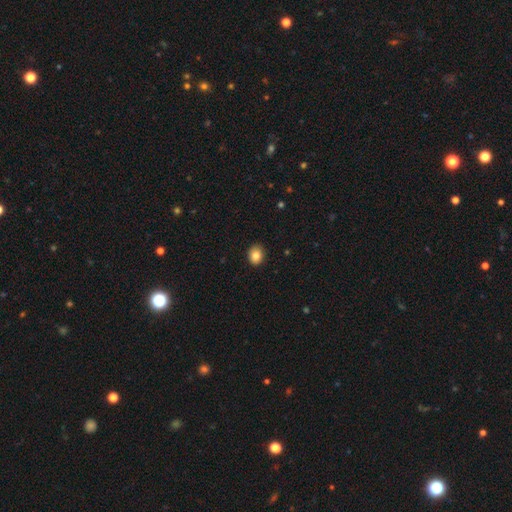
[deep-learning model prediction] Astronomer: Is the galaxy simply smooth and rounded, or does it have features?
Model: smooth — 85%.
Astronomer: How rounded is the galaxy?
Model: round — 56% (runner-up: in between, 43%).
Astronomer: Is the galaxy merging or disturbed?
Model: none — 88%.